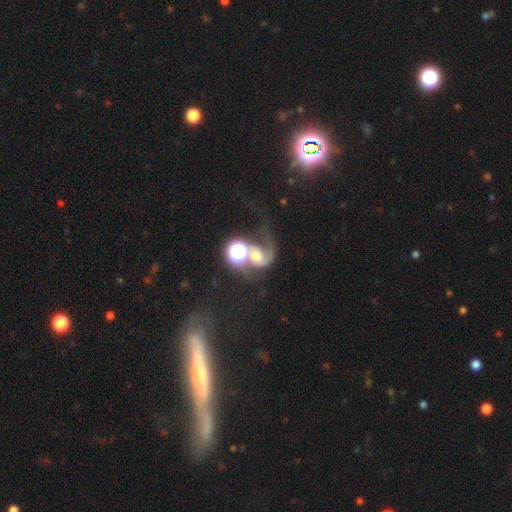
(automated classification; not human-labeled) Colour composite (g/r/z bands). It shows a featured or disk galaxy (56%) with no bar (69%), spiral arms (84%) and a moderate central bulge (40%). Merging: merger (45%).